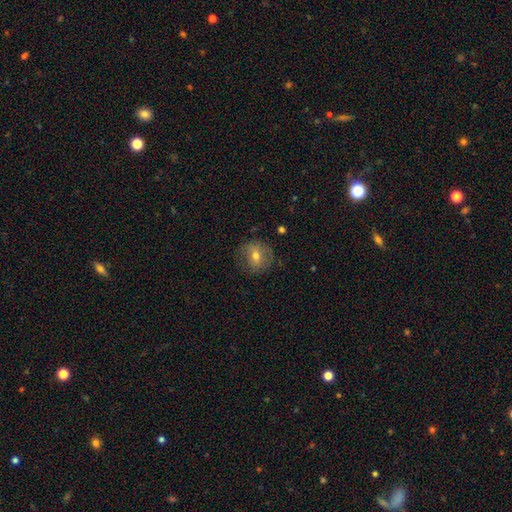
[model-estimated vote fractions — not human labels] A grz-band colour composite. It shows a smooth galaxy with no disk features (59%) that is round (77%). Merging: none (72%).